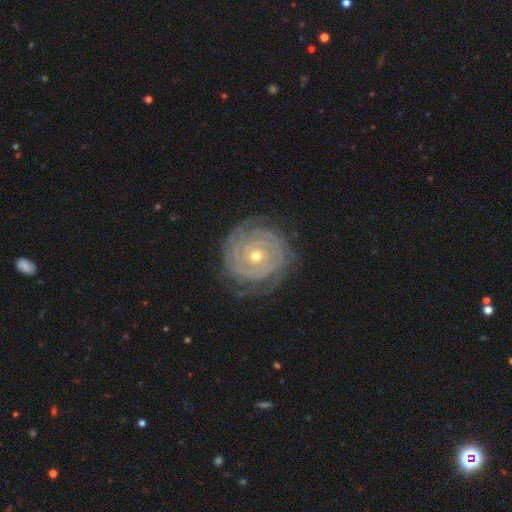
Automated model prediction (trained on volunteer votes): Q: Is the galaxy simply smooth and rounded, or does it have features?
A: featured or disk — 87%.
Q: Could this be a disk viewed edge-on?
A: no — 97%.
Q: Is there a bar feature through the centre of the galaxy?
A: no — 74%.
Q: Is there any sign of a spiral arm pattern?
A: yes — 96%.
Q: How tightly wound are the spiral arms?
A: tight — 89%.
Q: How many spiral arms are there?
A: can't tell — 29%.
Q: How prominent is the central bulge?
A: small — 53%.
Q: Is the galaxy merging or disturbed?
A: none — 80%.